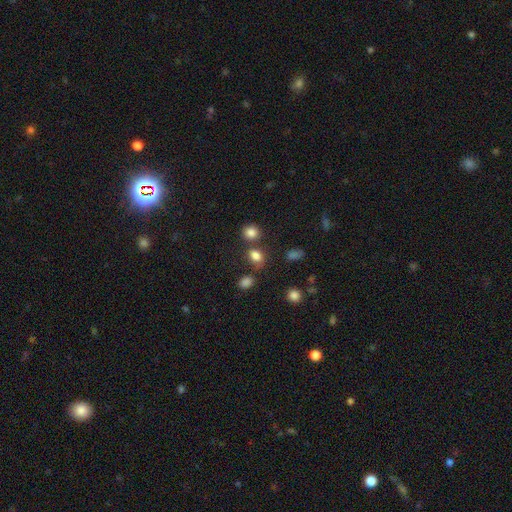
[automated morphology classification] Smooth or featured: smooth — 80% (star or artifact — 14%)
How rounded: in between — 58% (round — 41%)
Merging: none — 65% (merger — 16%)